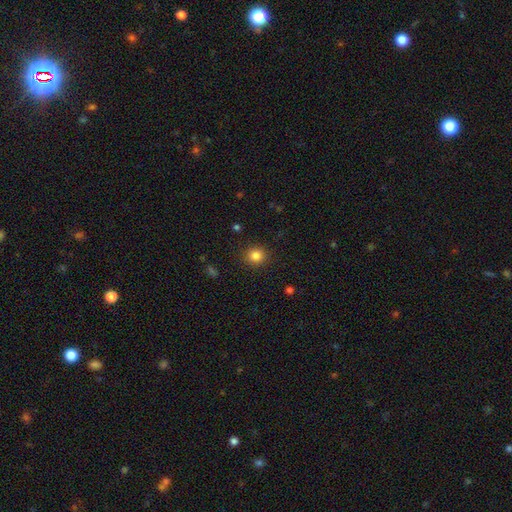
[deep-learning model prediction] Smooth or featured? Predicted: smooth (p=0.84). How rounded? Predicted: round (p=0.89). Merging? Predicted: none (p=0.90).